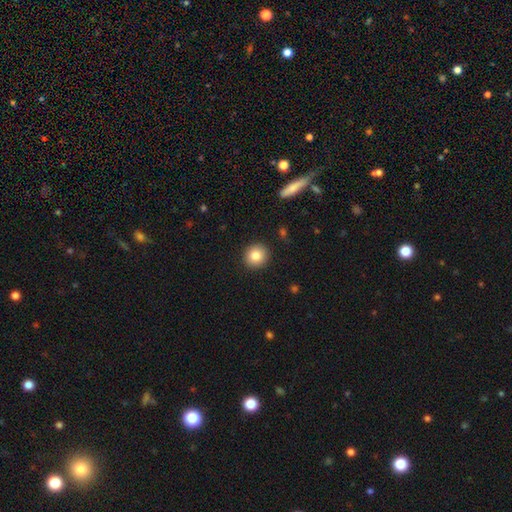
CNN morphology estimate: A smooth galaxy with no disk features (83%) that is round (90%).

Vote fractions:
- Smooth or featured? smooth: 83% / star or artifact: 9% / featured or disk: 8%
- How rounded? round: 90% / in between: 9% / cigar-shaped: 1%
- Merging? none: 91% / minor disturbance: 6% / major disturbance: 2% / merger: 1%